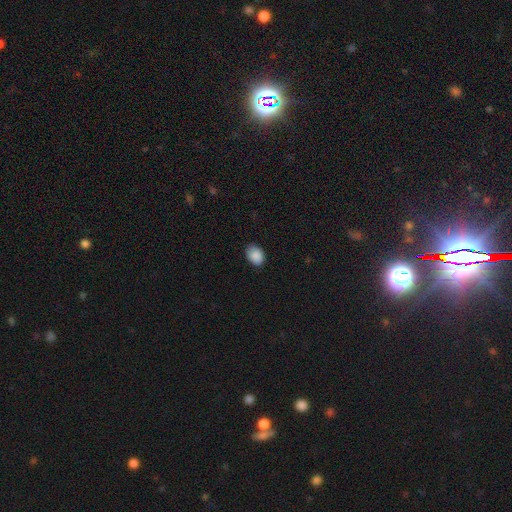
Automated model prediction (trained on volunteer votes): Overall: smooth (89%). How rounded: in between (72%). Merging: none (79%).